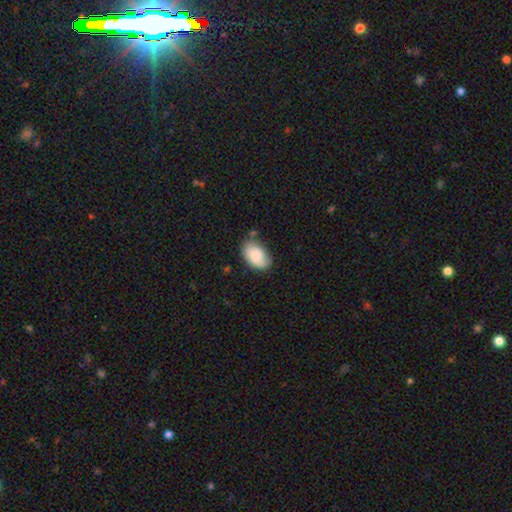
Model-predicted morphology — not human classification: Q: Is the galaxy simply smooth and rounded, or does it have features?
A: smooth — 68%.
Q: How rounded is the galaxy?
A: in between — 91%.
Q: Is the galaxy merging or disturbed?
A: none — 66%.